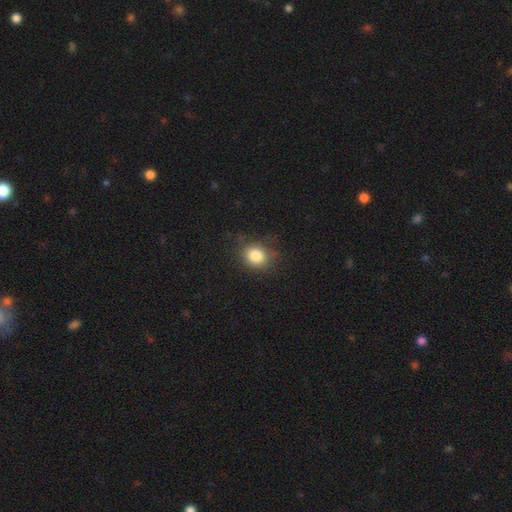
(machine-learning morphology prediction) smooth-or-featured: smooth: 84% | star or artifact: 10% | featured or disk: 6%
  how-rounded: round: 63% | in between: 36% | cigar-shaped: 1%
  merging: none: 75% | minor disturbance: 18% | major disturbance: 6% | merger: 1%